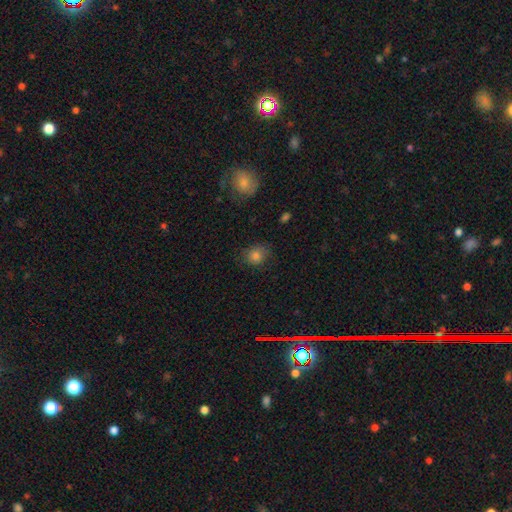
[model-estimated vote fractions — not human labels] Smooth or featured? Predicted: smooth (p=0.78). How rounded? Predicted: round (p=0.74). Merging? Predicted: none (p=0.77).